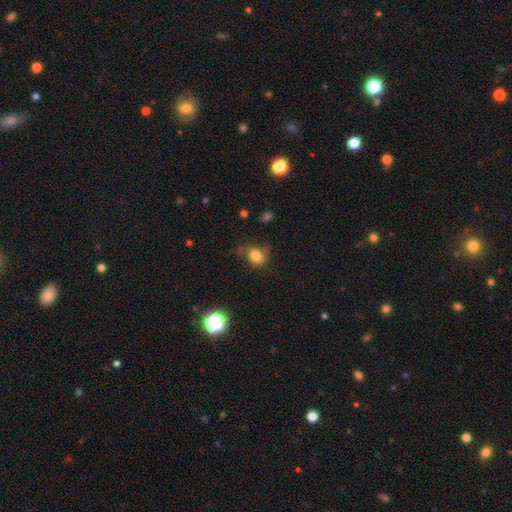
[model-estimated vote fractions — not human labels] A smooth galaxy with no disk features (79%) that is round (68%).

Vote fractions:
- Smooth or featured? smooth: 79% / star or artifact: 12% / featured or disk: 9%
- How rounded? round: 68% / in between: 31% / cigar-shaped: 1%
- Merging? none: 59% / minor disturbance: 27% / major disturbance: 12% / merger: 2%